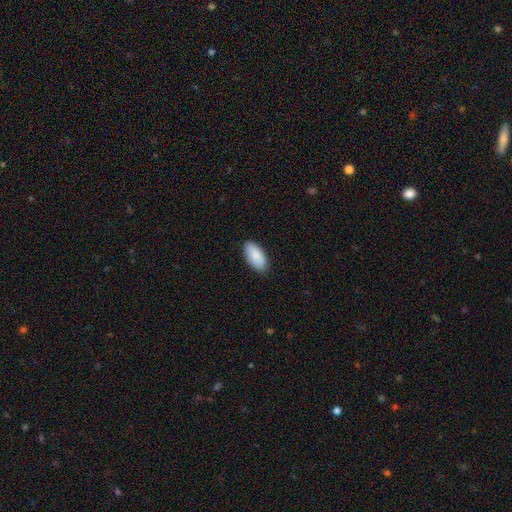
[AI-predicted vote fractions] This appears to be a smooth galaxy with no disk features (86%) that is in between round and cigar-shaped (95%). Merging: none (86%).